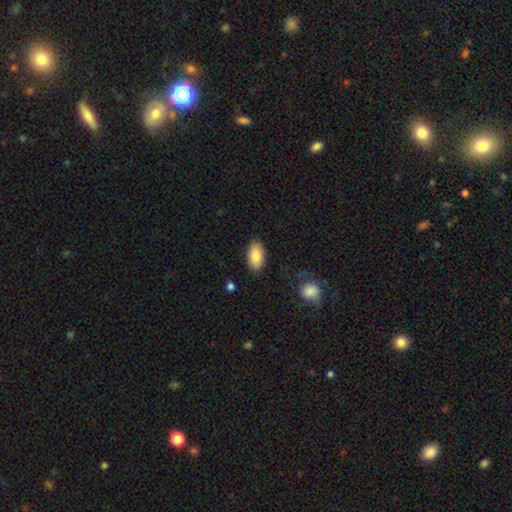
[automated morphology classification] Overall: smooth (85%). How rounded: in between (94%). Merging: none (86%).